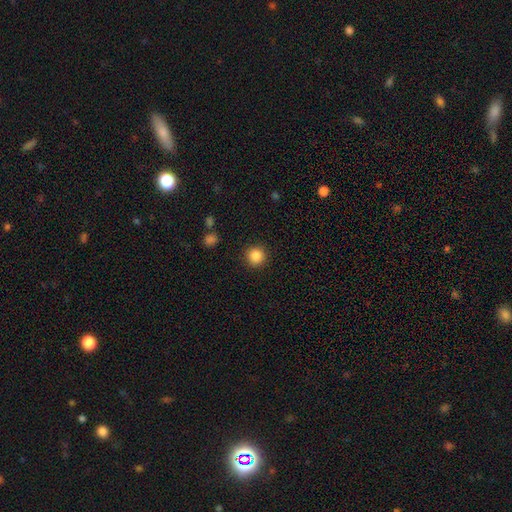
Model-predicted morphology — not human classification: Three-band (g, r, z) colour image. It shows a smooth galaxy with no disk features (87%) that is round (94%). Merging: none (91%).